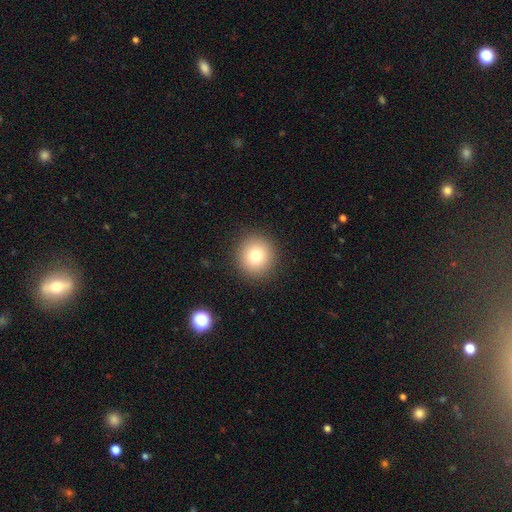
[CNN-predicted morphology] Overall: smooth (78%). How rounded: round (93%). Merging: none (91%).